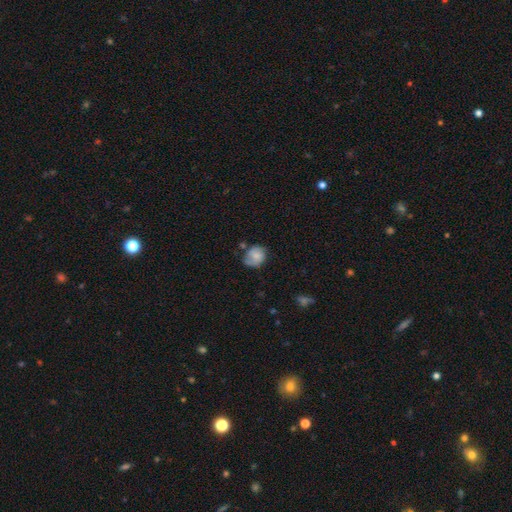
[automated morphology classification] This is likely a smooth galaxy (66%). How rounded: likely round (61%). Merging: possibly none (54%).